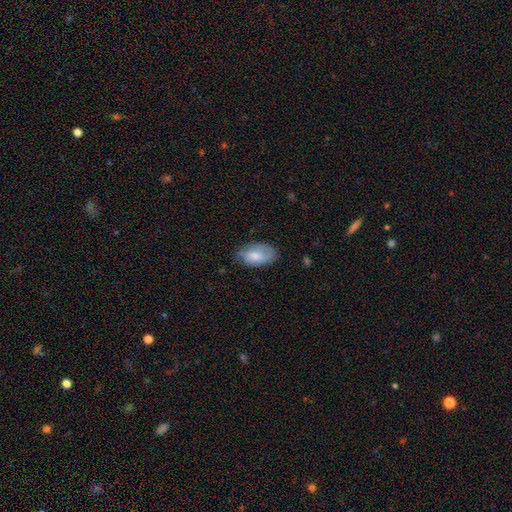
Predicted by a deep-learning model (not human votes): smooth_or_featured: smooth (p=0.71) [alt: featured or disk p=0.23]
how_rounded: in between (p=0.93) [alt: round p=0.05]
merging: none (p=0.65) [alt: minor disturbance p=0.27]